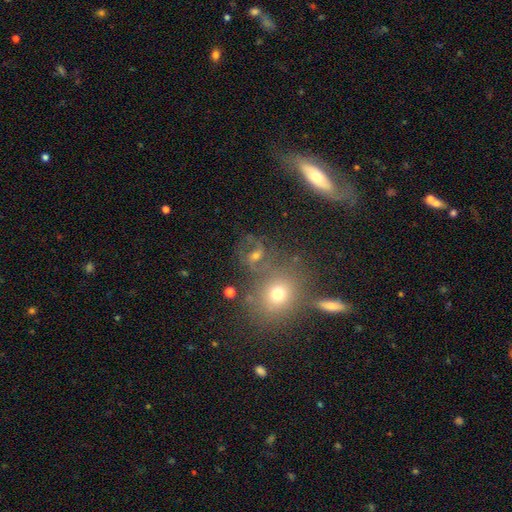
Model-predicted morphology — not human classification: smooth 46%, star or artifact 31%, featured or disk 22%. Down the decision tree: merging — none (68%).